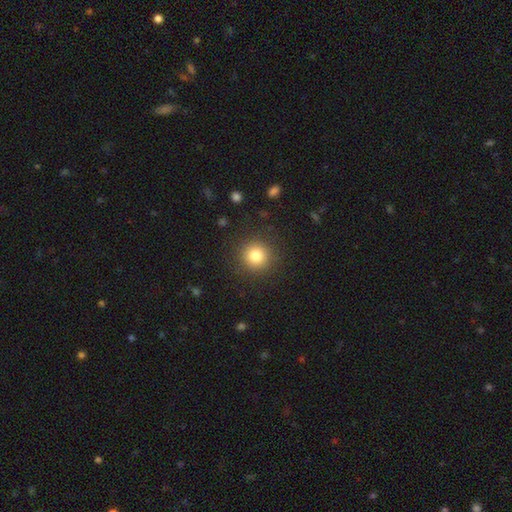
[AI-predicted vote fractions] Q: Smooth or featured?
A: smooth (82%); runner-up: star or artifact (12%)
Q: How rounded?
A: round (94%); runner-up: in between (5%)
Q: Merging?
A: none (89%); runner-up: minor disturbance (7%)